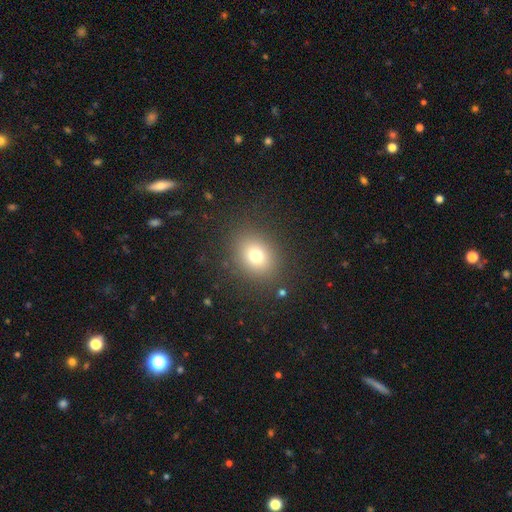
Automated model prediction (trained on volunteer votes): Morphology: type=smooth (75%); roundness=round (58%); merging=none (86%).